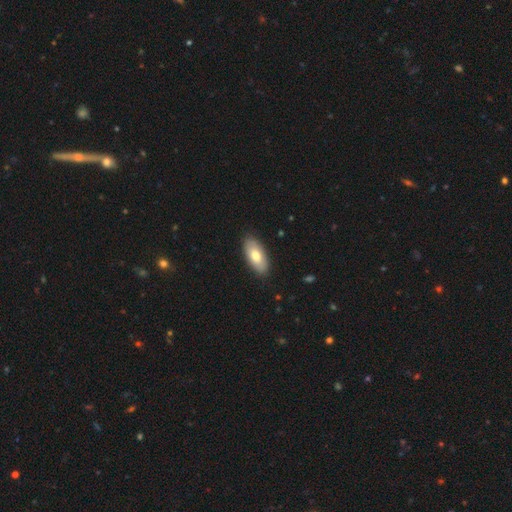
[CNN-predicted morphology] Smooth or featured?
  - smooth: 73% *
  - featured or disk: 21%
  - star or artifact: 5%
How rounded?
  - in between: 90% *
  - cigar-shaped: 8%
  - round: 2%
Merging?
  - none: 88% *
  - minor disturbance: 9%
  - major disturbance: 2%
  - merger: 1%